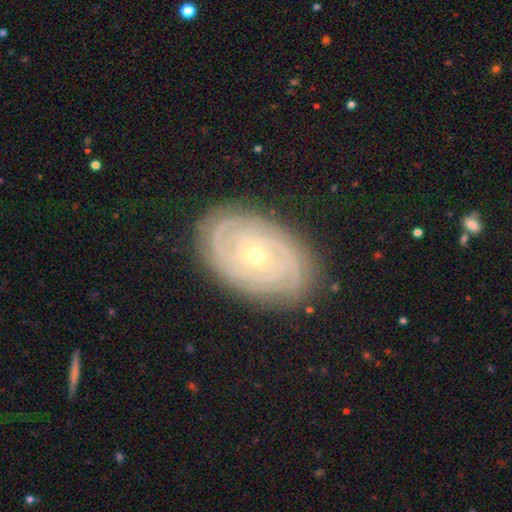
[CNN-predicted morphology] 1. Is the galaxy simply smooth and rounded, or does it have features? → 86% featured or disk, 7% smooth, 6% star or artifact.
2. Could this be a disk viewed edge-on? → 96% no, 4% yes.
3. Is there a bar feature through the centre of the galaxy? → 77% no, 17% weak, 6% strong.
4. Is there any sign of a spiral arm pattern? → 97% yes, 3% no.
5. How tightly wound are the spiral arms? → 86% tight, 12% medium, 2% loose.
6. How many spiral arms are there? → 26% 2, 24% can't tell, 20% 3, 14% 4, 9% more than 4, 6% 1.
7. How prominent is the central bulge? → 70% small, 28% moderate, 1% large, 1% dominant, 1% none.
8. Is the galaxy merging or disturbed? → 85% none, 11% minor disturbance, 3% major disturbance, 1% merger.